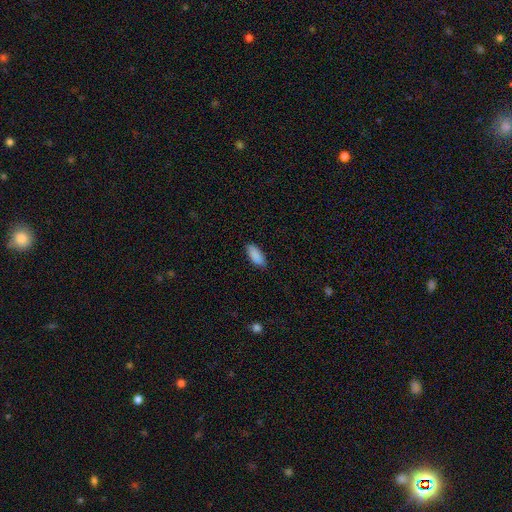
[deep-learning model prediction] Smooth or featured? Predicted: smooth (p=0.90). How rounded? Predicted: in between (p=0.81). Merging? Predicted: none (p=0.88).